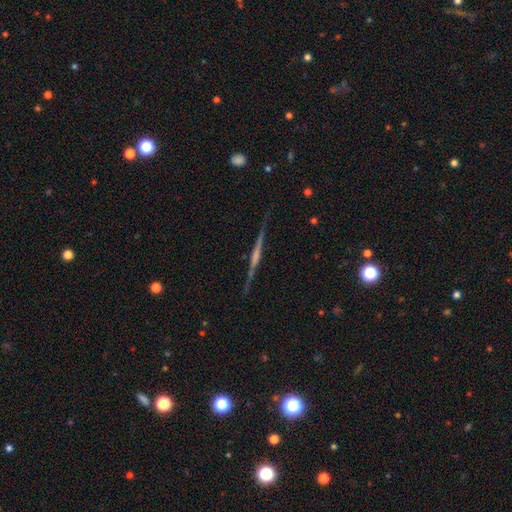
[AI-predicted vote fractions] Smooth or featured? Predicted: featured or disk (p=0.75). Edge-on disk? Predicted: yes (p=0.96). Edge-on bulge? Predicted: rounded (p=0.66). Merging? Predicted: none (p=0.88).